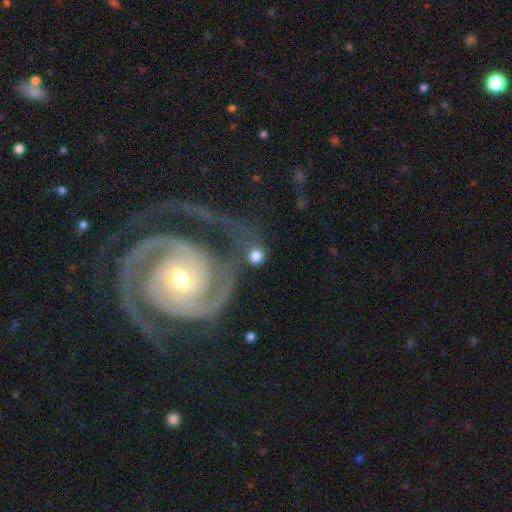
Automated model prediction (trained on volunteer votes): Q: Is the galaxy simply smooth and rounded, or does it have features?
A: smooth — 70%.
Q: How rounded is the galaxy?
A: round — 86%.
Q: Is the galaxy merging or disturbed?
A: none — 55%.